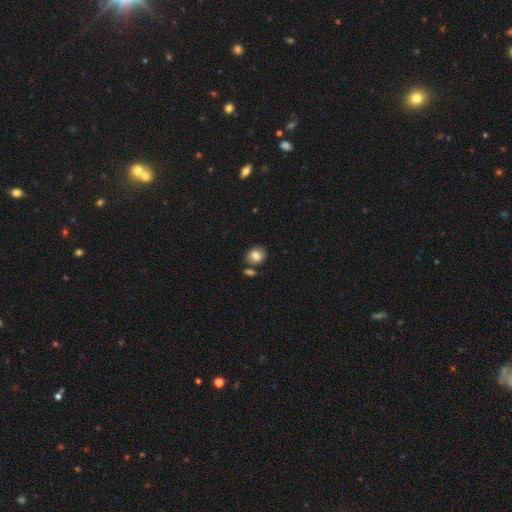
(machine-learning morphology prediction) smooth_or_featured: smooth (p=0.80) [alt: featured or disk p=0.11]
how_rounded: round (p=0.67) [alt: in between p=0.32]
merging: none (p=0.73) [alt: merger p=0.12]